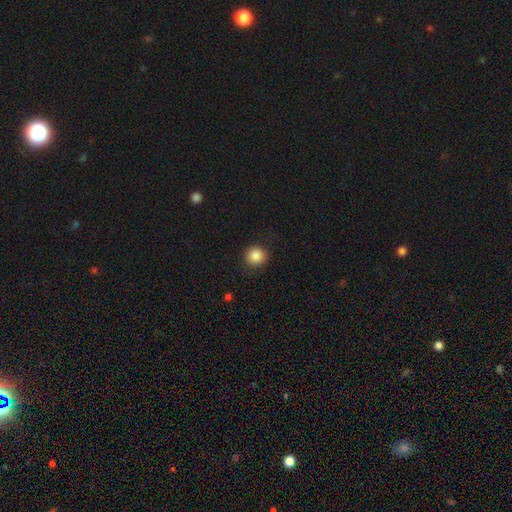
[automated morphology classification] Smooth or featured?
  - smooth: 86% *
  - star or artifact: 9%
  - featured or disk: 4%
How rounded?
  - round: 89% *
  - in between: 10%
  - cigar-shaped: 1%
Merging?
  - none: 87% *
  - minor disturbance: 9%
  - major disturbance: 3%
  - merger: 1%